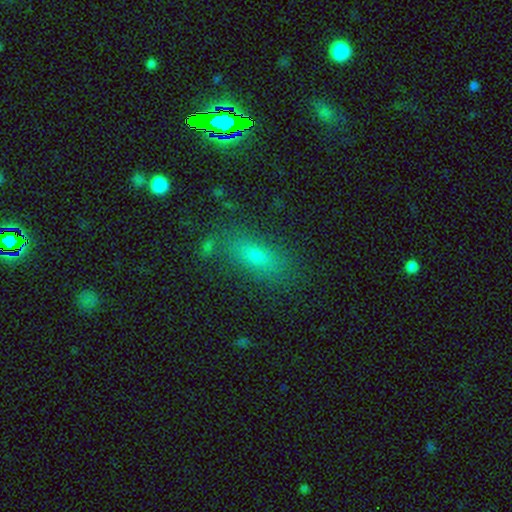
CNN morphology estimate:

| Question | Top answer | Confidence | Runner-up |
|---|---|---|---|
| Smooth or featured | smooth | 74% | star or artifact (13%) |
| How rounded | in between | 69% | cigar-shaped (25%) |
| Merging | none | 73% | minor disturbance (16%) |